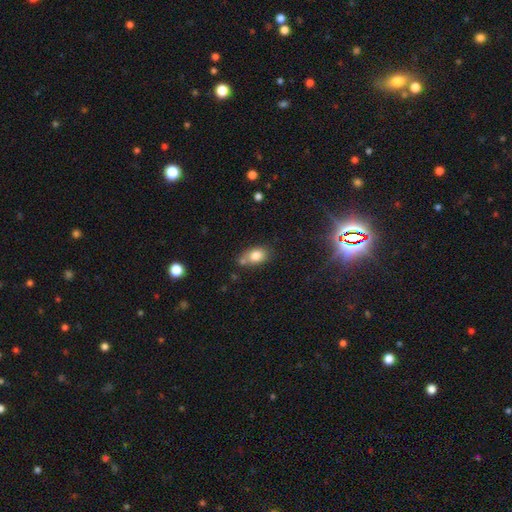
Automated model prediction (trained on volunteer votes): This is clearly a smooth galaxy (80%). How rounded: likely in between (75%). Merging: possibly none (57%).